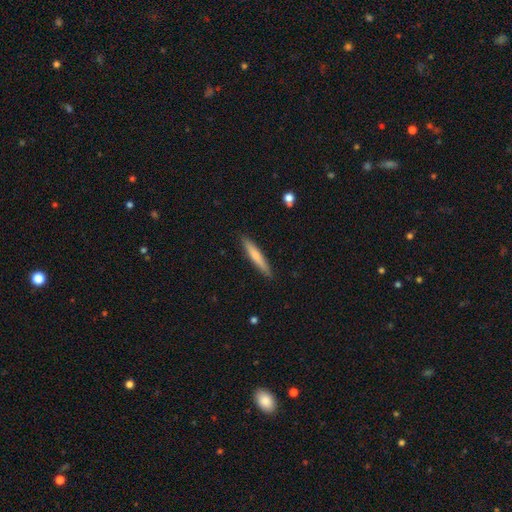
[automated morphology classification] This is likely a smooth galaxy (68%). How rounded: clearly cigar-shaped (93%). Merging: clearly none (90%).